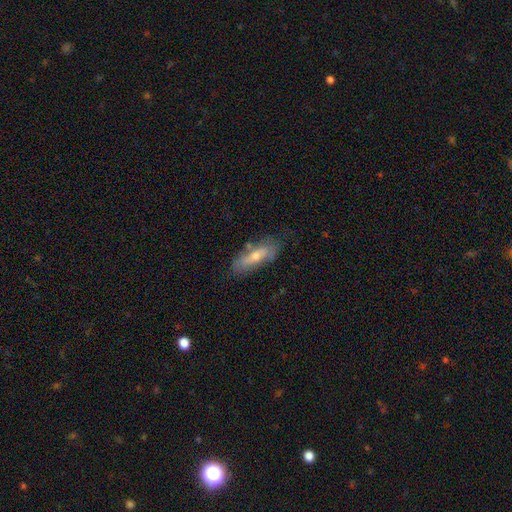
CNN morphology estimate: A smooth galaxy with no disk features (50%) that is in between round and cigar-shaped (49%).

Vote fractions:
- Smooth or featured? smooth: 50% / featured or disk: 42% / star or artifact: 8%
- How rounded? in between: 49% / cigar-shaped: 48% / round: 3%
- Merging? none: 69% / minor disturbance: 21% / major disturbance: 6% / merger: 5%